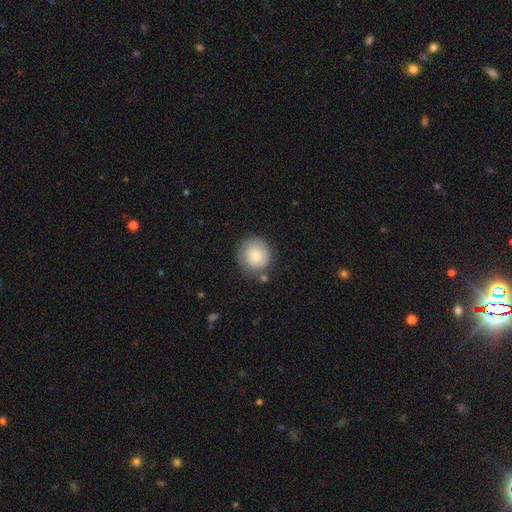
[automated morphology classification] smooth-or-featured: smooth: 77% | featured or disk: 16% | star or artifact: 7%
  how-rounded: round: 93% | in between: 6% | cigar-shaped: 1%
  merging: none: 74% | minor disturbance: 16% | major disturbance: 5% | merger: 5%